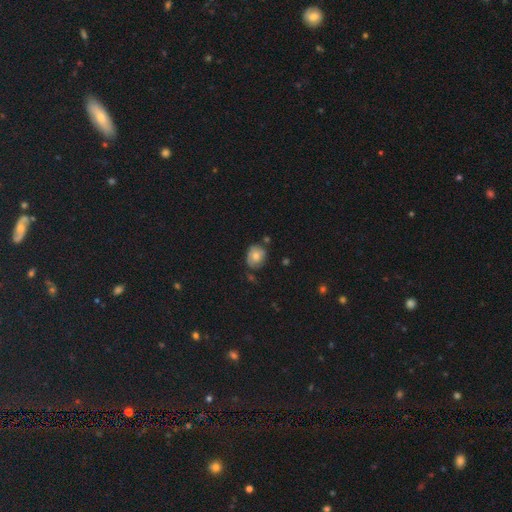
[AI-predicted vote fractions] A smooth galaxy with no disk features (66%) that is round (62%). Merging: none (59%).